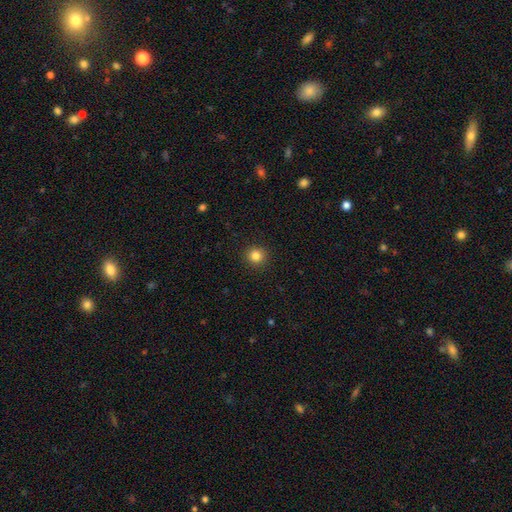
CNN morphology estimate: The model was most divided on "smooth or featured": smooth: 83%, star or artifact: 12%, featured or disk: 5%. More confident: how rounded — round (94%); merging — none (92%).